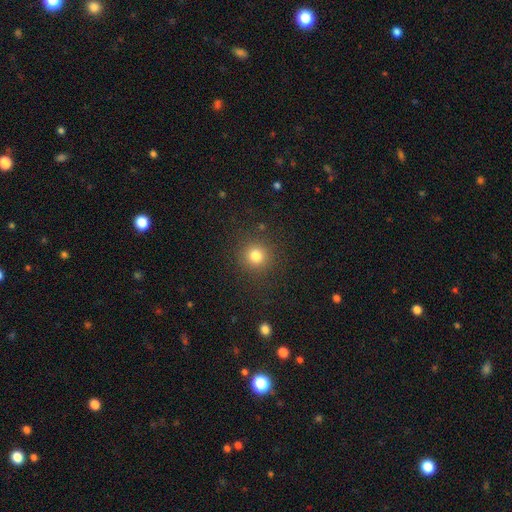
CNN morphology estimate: Q: Smooth or featured?
A: smooth (80%); runner-up: star or artifact (14%)
Q: How rounded?
A: round (93%); runner-up: in between (6%)
Q: Merging?
A: none (89%); runner-up: minor disturbance (7%)